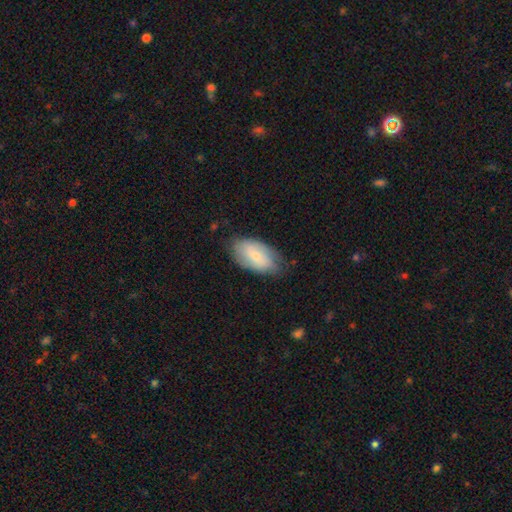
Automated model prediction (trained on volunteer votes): Morphology: type=smooth (55%); roundness=in between (93%); merging=none (71%).